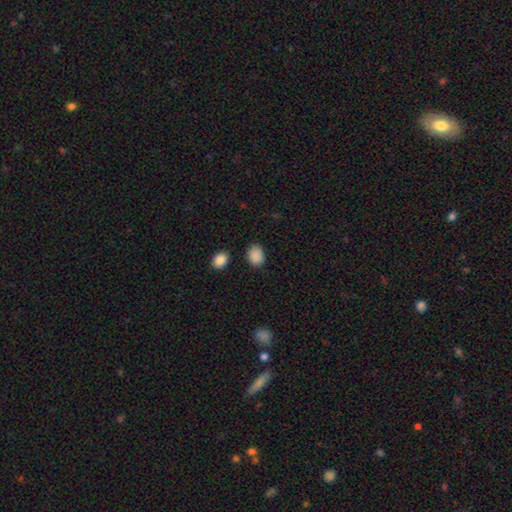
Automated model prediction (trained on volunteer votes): This is clearly a smooth galaxy (89%). How rounded: likely in between (62%). Merging: clearly none (84%).